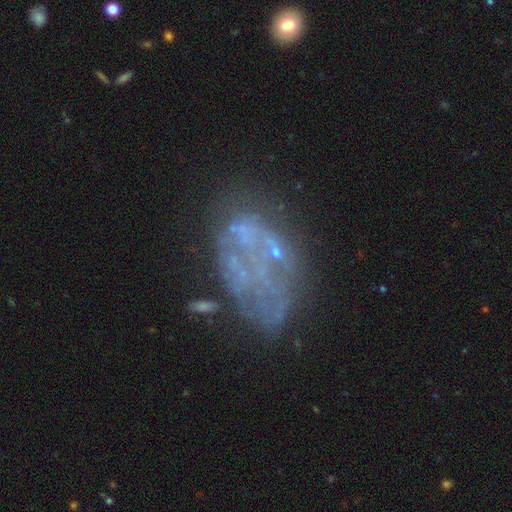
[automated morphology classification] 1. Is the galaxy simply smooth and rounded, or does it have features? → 63% featured or disk, 19% smooth, 18% star or artifact.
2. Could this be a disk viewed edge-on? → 97% no, 3% yes.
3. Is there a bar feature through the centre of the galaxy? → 92% no, 6% weak, 3% strong.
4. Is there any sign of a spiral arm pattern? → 89% no, 11% yes.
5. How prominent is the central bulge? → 79% none, 14% small, 5% moderate, 1% large, 1% dominant.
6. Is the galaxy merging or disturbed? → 46% none, 25% major disturbance, 19% minor disturbance, 10% merger.